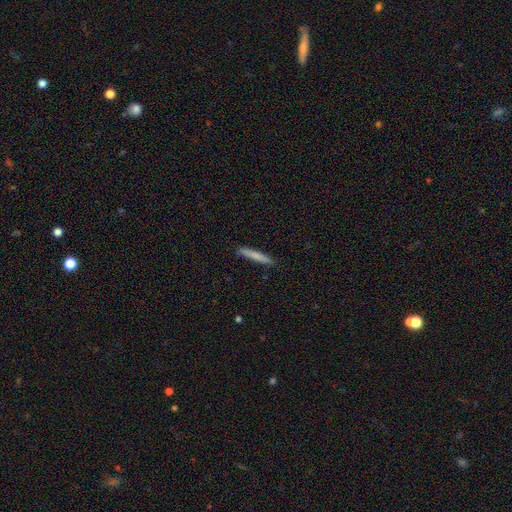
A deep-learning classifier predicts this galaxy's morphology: A smooth galaxy with no disk features (75%) that is cigar-shaped (95%).

Vote fractions:
- Smooth or featured? smooth: 75% / featured or disk: 20% / star or artifact: 6%
- How rounded? cigar-shaped: 95% / in between: 4% / round: 1%
- Merging? none: 89% / minor disturbance: 8% / major disturbance: 1% / merger: 1%